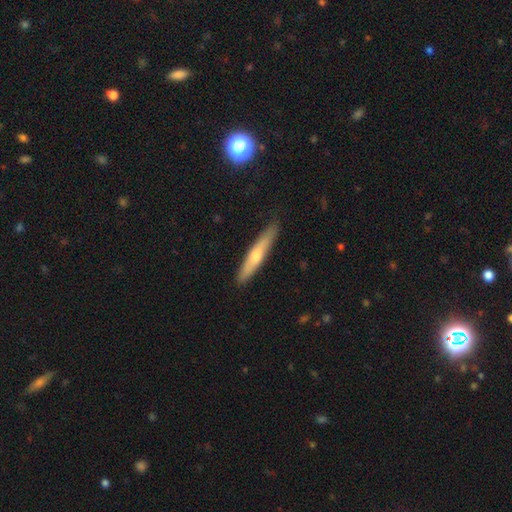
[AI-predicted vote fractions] smooth-or-featured: smooth: 52% | featured or disk: 42% | star or artifact: 6%
  how-rounded: cigar-shaped: 91% | in between: 8% | round: 1%
  merging: none: 86% | minor disturbance: 11% | major disturbance: 2% | merger: 1%